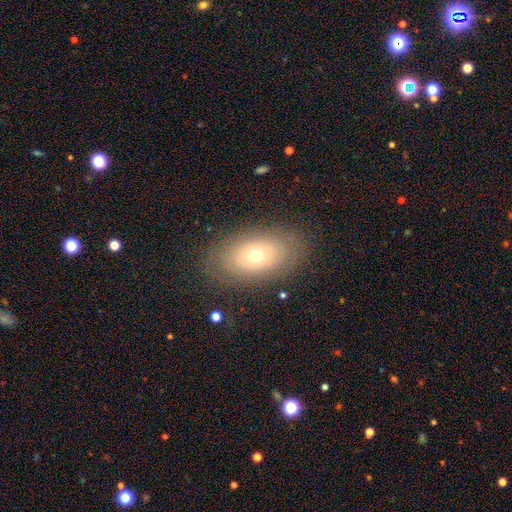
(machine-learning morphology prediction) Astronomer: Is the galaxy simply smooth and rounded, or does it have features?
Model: smooth — 54% (runner-up: featured or disk, 36%).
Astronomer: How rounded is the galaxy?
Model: in between — 87%.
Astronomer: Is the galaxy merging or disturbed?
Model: none — 81%.